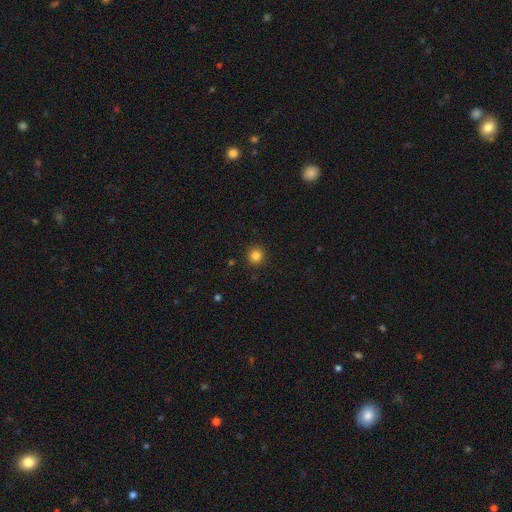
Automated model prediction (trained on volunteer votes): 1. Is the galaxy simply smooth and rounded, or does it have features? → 84% smooth, 12% star or artifact, 4% featured or disk.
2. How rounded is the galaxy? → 94% round, 5% in between, 1% cigar-shaped.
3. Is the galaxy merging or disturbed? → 92% none, 5% minor disturbance, 2% major disturbance, 1% merger.